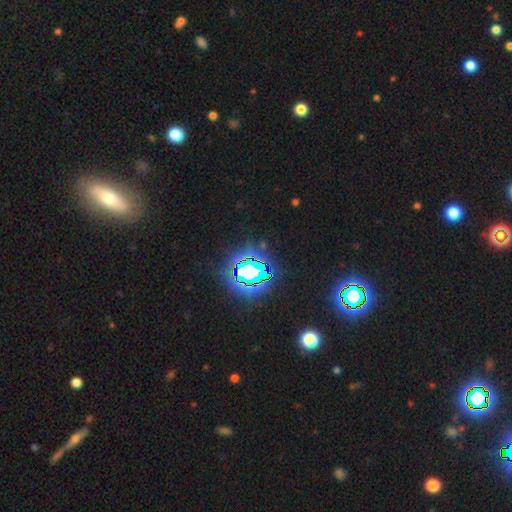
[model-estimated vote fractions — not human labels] smooth-or-featured: star or artifact: 78% | smooth: 13% | featured or disk: 9%